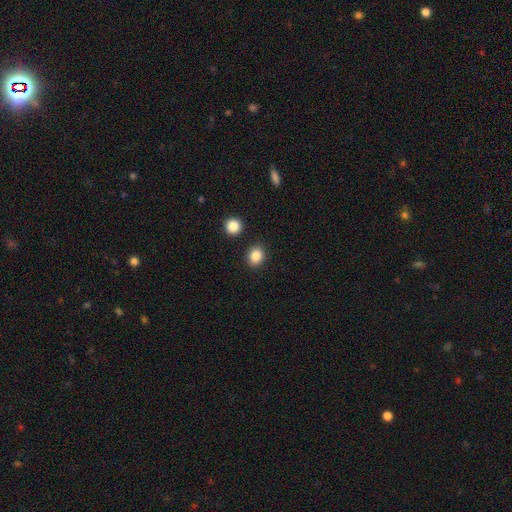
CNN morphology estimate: Q: Smooth or featured?
A: smooth (86%); runner-up: star or artifact (10%)
Q: How rounded?
A: round (61%); runner-up: in between (38%)
Q: Merging?
A: none (87%); runner-up: minor disturbance (7%)